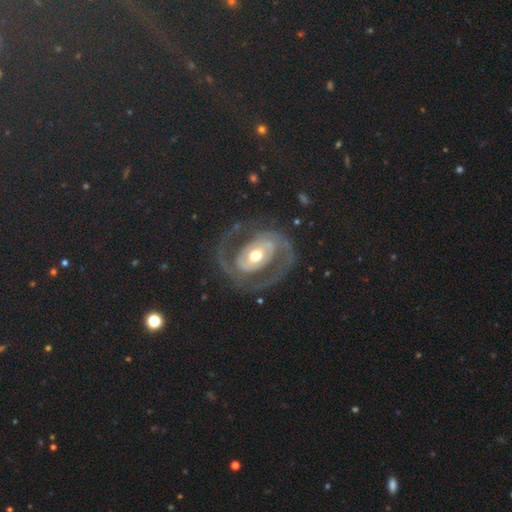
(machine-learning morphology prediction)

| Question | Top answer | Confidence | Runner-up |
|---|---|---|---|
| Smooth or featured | featured or disk | 88% | smooth (8%) |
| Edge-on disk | no | 97% | yes (3%) |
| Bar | no | 48% | weak (31%) |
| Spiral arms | yes | 90% | no (10%) |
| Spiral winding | medium | 49% | tight (35%) |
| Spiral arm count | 2 | 85% | can't tell (5%) |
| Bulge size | moderate | 70% | large (19%) |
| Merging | none | 74% | minor disturbance (13%) |